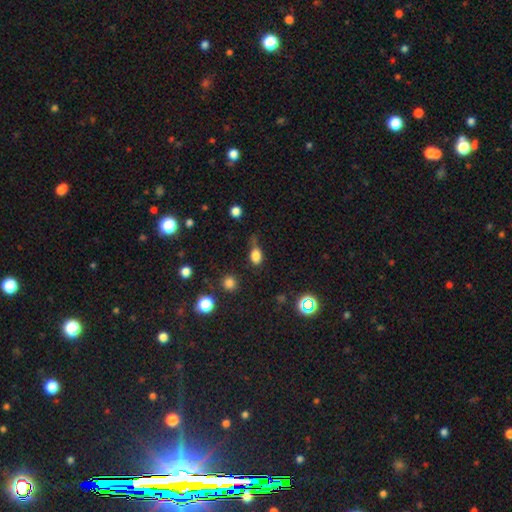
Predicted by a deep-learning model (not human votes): This is likely a smooth galaxy (79%). How rounded: likely in between (70%). Merging: possibly none (50%).